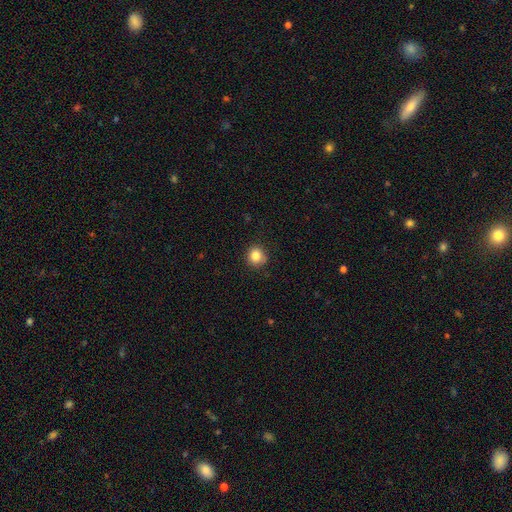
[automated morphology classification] smooth-or-featured: smooth: 84% | star or artifact: 11% | featured or disk: 5%
  how-rounded: round: 88% | in between: 11% | cigar-shaped: 1%
  merging: none: 84% | minor disturbance: 12% | major disturbance: 3% | merger: 1%